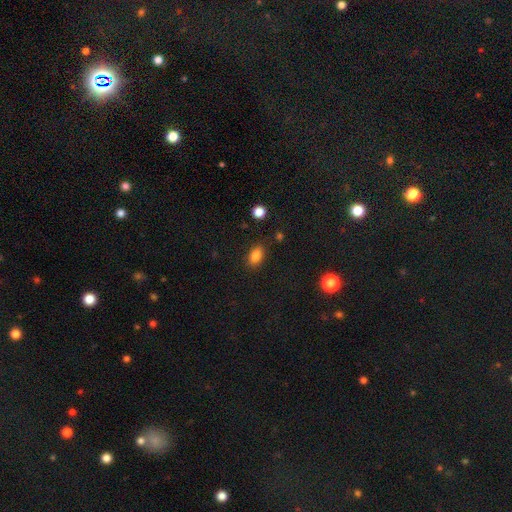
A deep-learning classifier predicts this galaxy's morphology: type=smooth (85%); roundness=in between (84%); merging=none (84%).